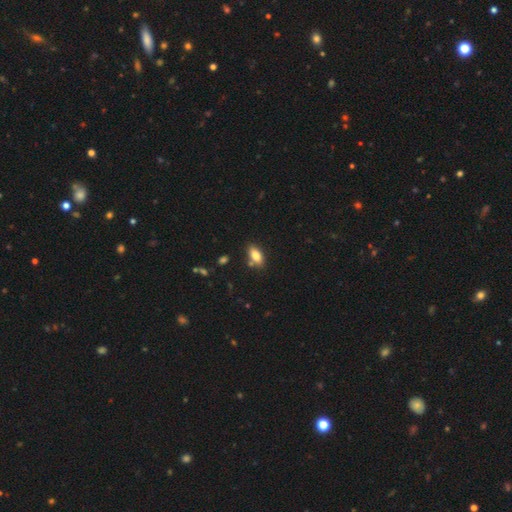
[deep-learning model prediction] A smooth galaxy with no disk features (81%) that is in between round and cigar-shaped (88%).

Vote fractions:
- Smooth or featured? smooth: 81% / featured or disk: 12% / star or artifact: 8%
- How rounded? in between: 88% / cigar-shaped: 8% / round: 3%
- Merging? none: 78% / minor disturbance: 13% / merger: 6% / major disturbance: 3%